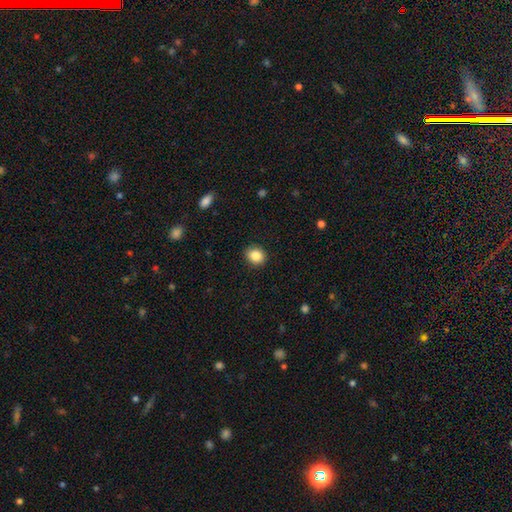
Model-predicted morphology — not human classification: A smooth galaxy with no disk features (86%) that is round (64%).

Vote fractions:
- Smooth or featured? smooth: 86% / star or artifact: 9% / featured or disk: 5%
- How rounded? round: 64% / in between: 35% / cigar-shaped: 1%
- Merging? none: 90% / minor disturbance: 7% / major disturbance: 2% / merger: 1%